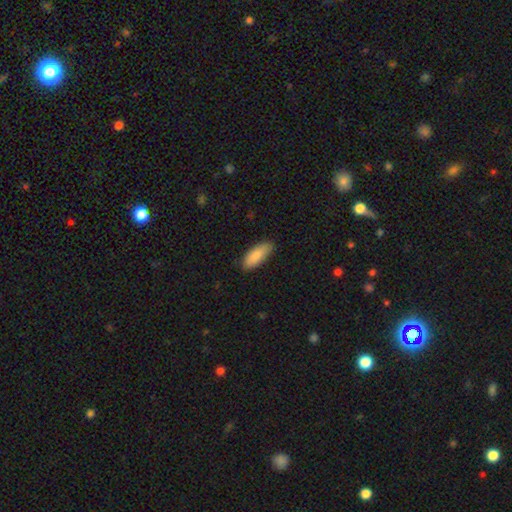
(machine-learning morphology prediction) smooth-or-featured: smooth: 87% | featured or disk: 7% | star or artifact: 6%
  how-rounded: in between: 74% | cigar-shaped: 24% | round: 2%
  merging: none: 81% | minor disturbance: 15% | major disturbance: 2% | merger: 1%